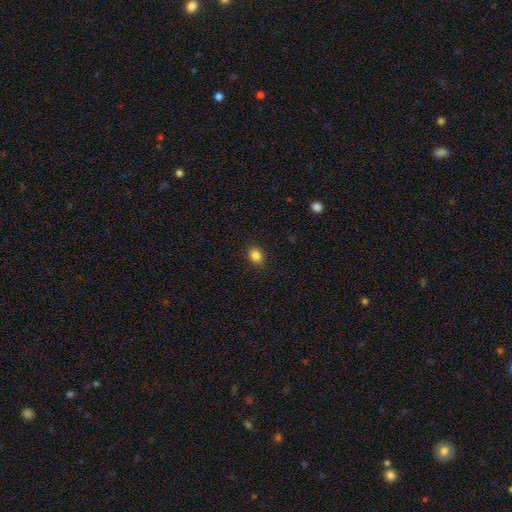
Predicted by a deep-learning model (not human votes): smooth-or-featured: smooth: 85% | star or artifact: 11% | featured or disk: 4%
  how-rounded: round: 55% | in between: 44% | cigar-shaped: 1%
  merging: none: 88% | minor disturbance: 8% | major disturbance: 2% | merger: 1%